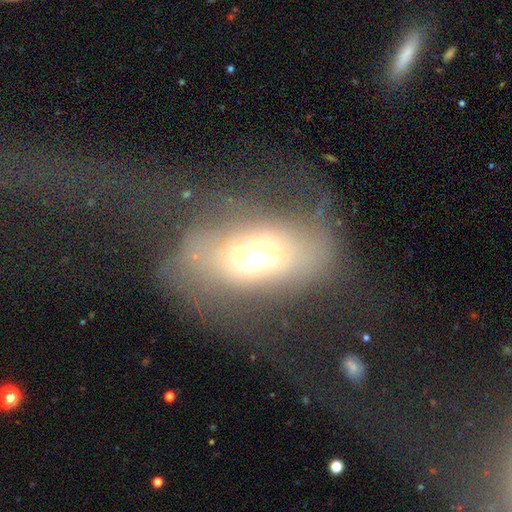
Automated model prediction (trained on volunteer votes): A smooth galaxy with no disk features (51%) that is in between round and cigar-shaped (78%).

Vote fractions:
- Smooth or featured? smooth: 51% / featured or disk: 34% / star or artifact: 15%
- How rounded? in between: 78% / round: 18% / cigar-shaped: 4%
- Merging? none: 40% / major disturbance: 35% / minor disturbance: 22% / merger: 4%